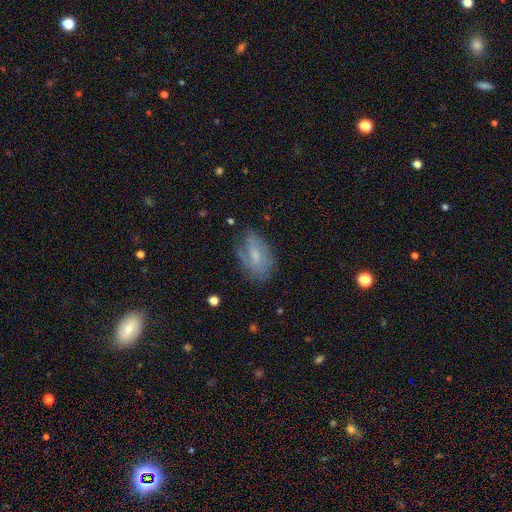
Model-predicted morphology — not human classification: smooth_or_featured: smooth (p=0.47) [alt: featured or disk p=0.44]
merging: none (p=0.62) [alt: minor disturbance p=0.26]